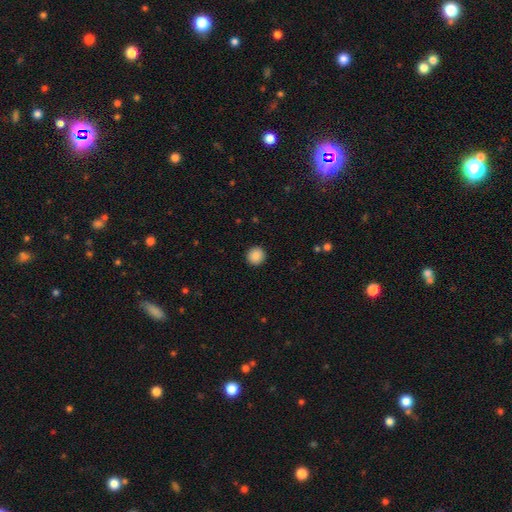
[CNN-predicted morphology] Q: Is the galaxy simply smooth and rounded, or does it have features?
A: smooth — 88%.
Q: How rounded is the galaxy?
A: round — 94%.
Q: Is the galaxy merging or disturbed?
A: none — 93%.